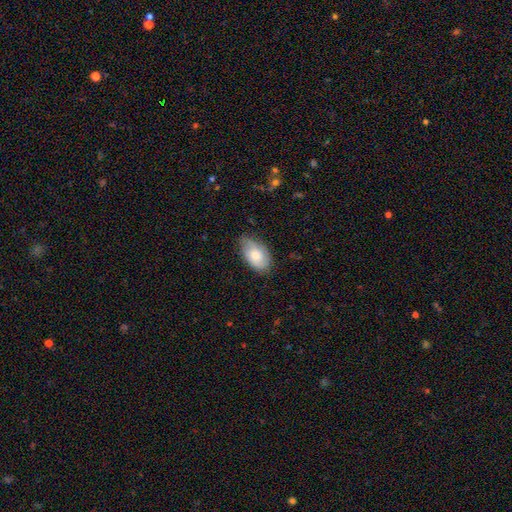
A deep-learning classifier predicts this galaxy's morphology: The model was most divided on "smooth or featured": smooth: 66%, featured or disk: 28%, star or artifact: 6%. More confident: how rounded — in between (92%); merging — none (66%).